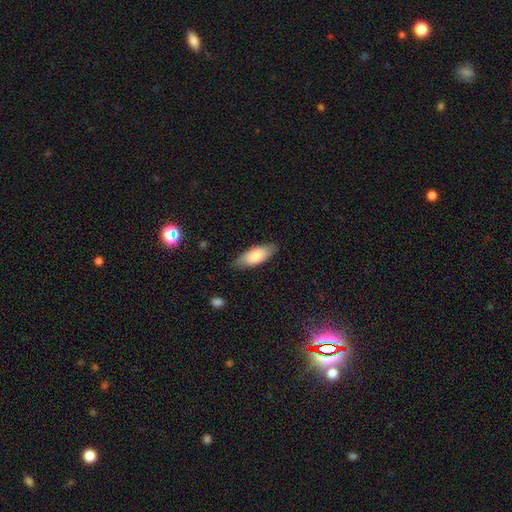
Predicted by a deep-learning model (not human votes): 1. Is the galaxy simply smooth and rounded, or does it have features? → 78% smooth, 16% featured or disk, 6% star or artifact.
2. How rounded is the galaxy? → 79% in between, 19% cigar-shaped, 2% round.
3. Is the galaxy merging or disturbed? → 79% none, 16% minor disturbance, 3% major disturbance, 1% merger.